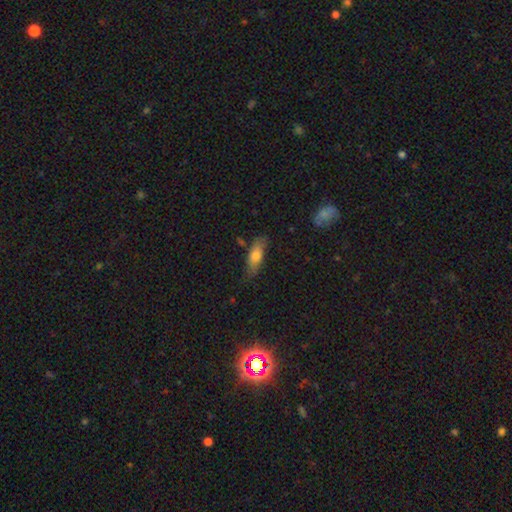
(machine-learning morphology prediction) Smooth or featured? smooth (71%)
How rounded? in between (65%)
Merging? none (72%)